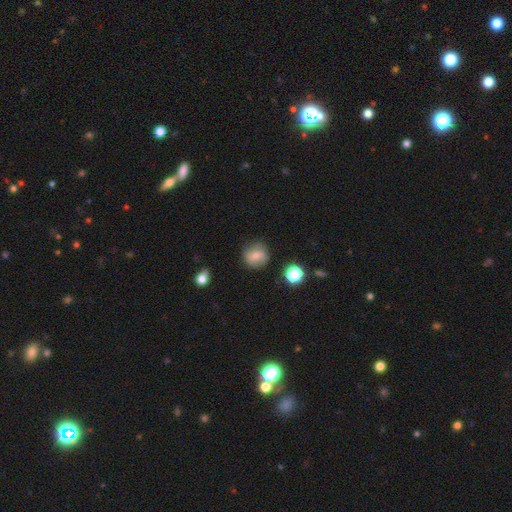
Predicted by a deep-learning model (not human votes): smooth 71%, featured or disk 19%, star or artifact 11%. Down the decision tree: how rounded — round (85%); merging — none (77%).